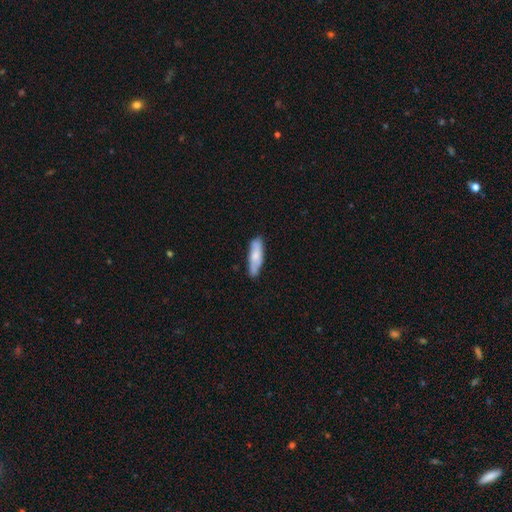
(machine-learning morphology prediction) smooth-or-featured: smooth: 70% | featured or disk: 25% | star or artifact: 5%
  how-rounded: cigar-shaped: 61% | in between: 37% | round: 2%
  merging: none: 80% | minor disturbance: 16% | major disturbance: 3% | merger: 1%